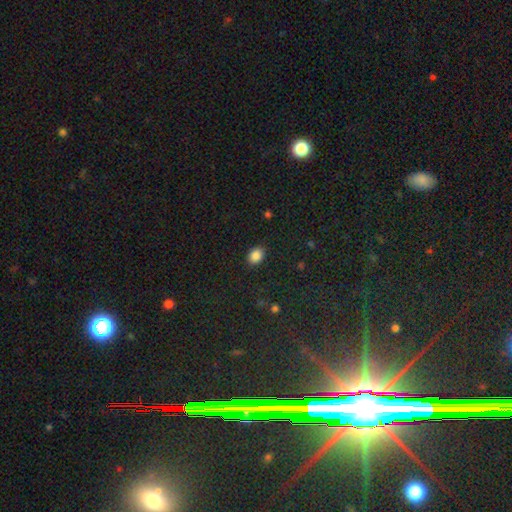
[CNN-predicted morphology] This appears to be a smooth galaxy with no disk features (87%) that is in between round and cigar-shaped (65%). Merging: none (88%).